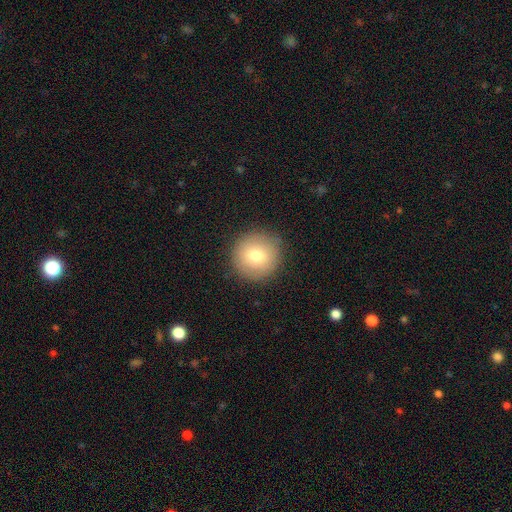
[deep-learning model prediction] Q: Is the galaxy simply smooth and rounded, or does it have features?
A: smooth — 77%.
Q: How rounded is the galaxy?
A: round — 95%.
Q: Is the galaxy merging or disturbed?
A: none — 90%.